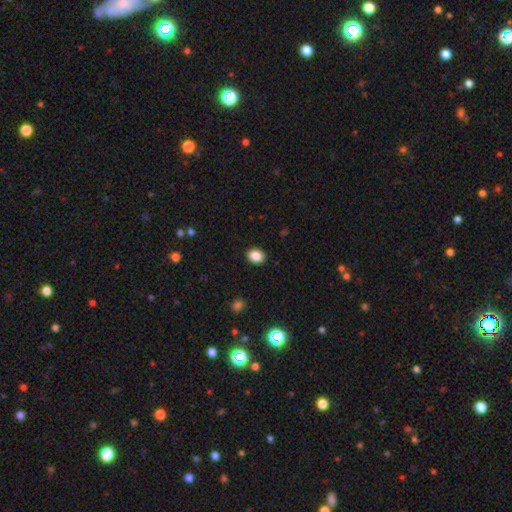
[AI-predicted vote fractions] Smooth or featured? Predicted: smooth (p=0.87). How rounded? Predicted: in between (p=0.60). Merging? Predicted: none (p=0.90).